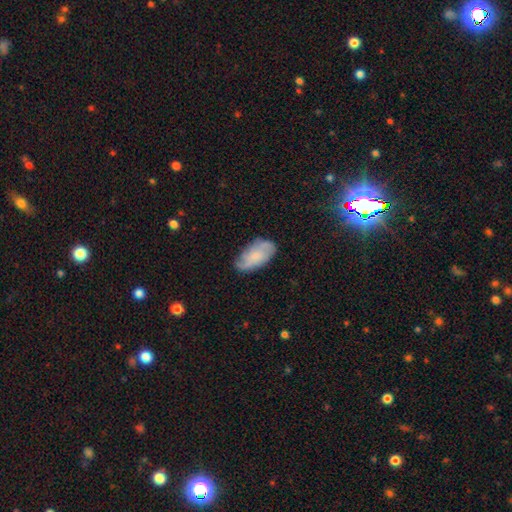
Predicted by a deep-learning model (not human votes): A smooth galaxy with no disk features (50%). Merging: none (66%).